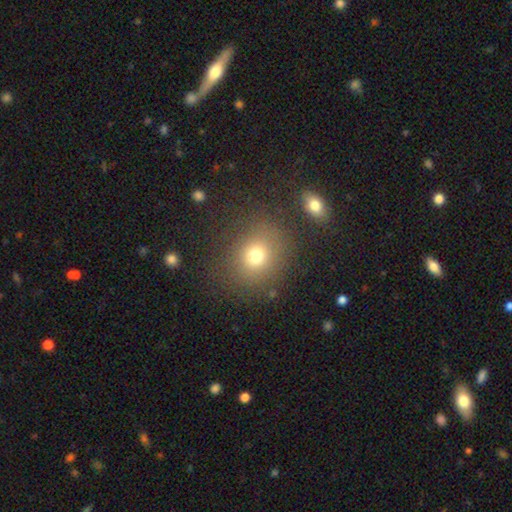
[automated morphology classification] smooth_or_featured: smooth (p=0.73) [alt: star or artifact p=0.17]
how_rounded: round (p=0.74) [alt: in between p=0.24]
merging: none (p=0.80) [alt: minor disturbance p=0.11]